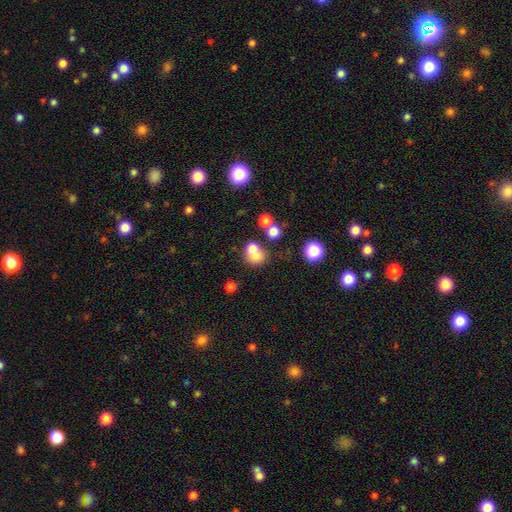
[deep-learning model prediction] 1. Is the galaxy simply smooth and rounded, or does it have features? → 69% smooth, 17% featured or disk, 14% star or artifact.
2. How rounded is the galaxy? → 74% round, 25% in between, 1% cigar-shaped.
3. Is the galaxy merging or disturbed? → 53% merger, 35% none, 7% minor disturbance, 4% major disturbance.